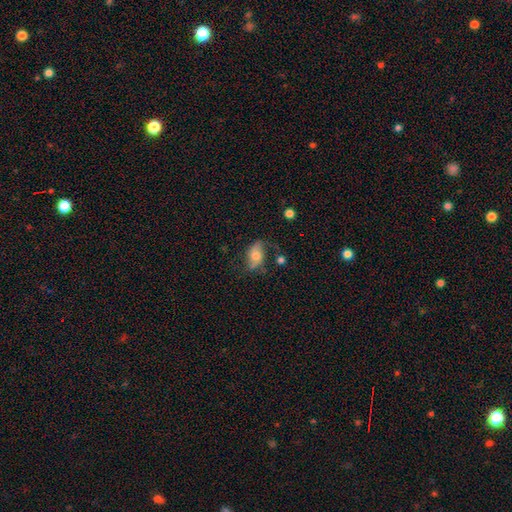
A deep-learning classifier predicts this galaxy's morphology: featured or disk 49%, smooth 41%, star or artifact 9%. Down the decision tree: merging — none (57%).